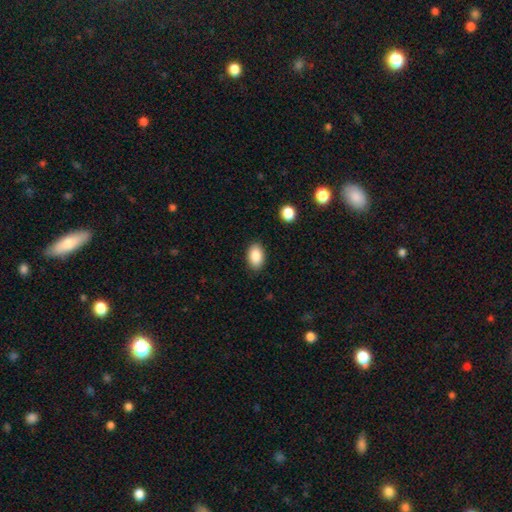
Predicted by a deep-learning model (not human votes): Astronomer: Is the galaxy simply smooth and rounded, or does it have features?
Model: smooth — 88%.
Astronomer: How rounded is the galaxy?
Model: in between — 90%.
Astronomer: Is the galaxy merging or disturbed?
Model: none — 87%.